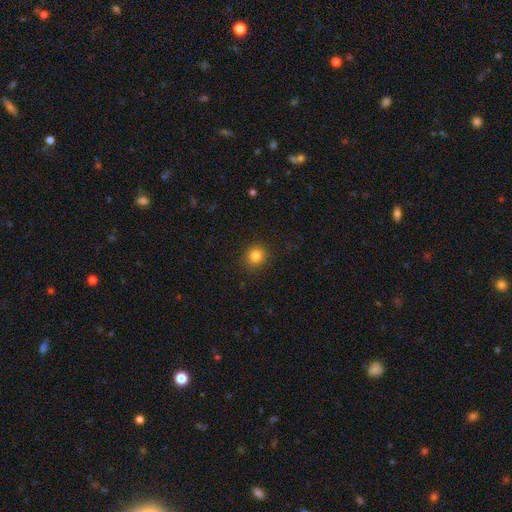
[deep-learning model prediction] Smooth or featured? smooth (83%)
How rounded? round (87%)
Merging? none (89%)